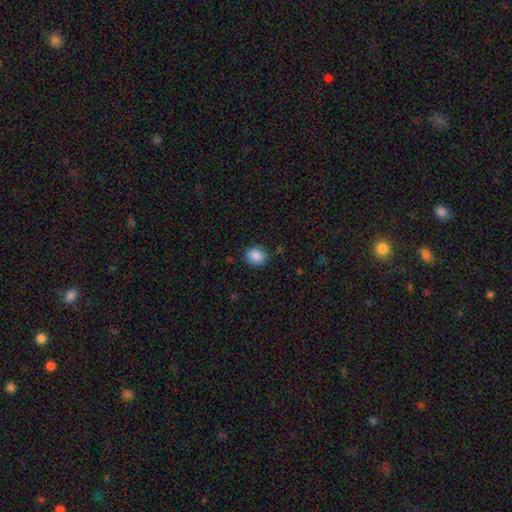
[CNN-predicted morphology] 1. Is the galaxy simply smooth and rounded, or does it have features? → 88% smooth, 9% star or artifact, 3% featured or disk.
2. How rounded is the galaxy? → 79% round, 21% in between, 1% cigar-shaped.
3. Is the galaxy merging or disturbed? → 88% none, 9% minor disturbance, 2% major disturbance, 1% merger.